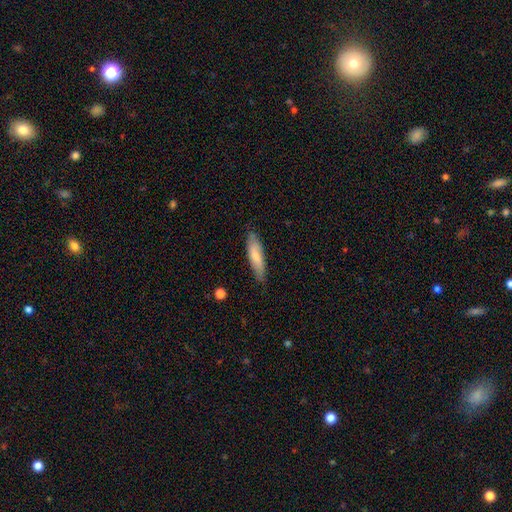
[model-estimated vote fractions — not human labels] smooth 74%, featured or disk 20%, star or artifact 6%. Down the decision tree: how rounded — cigar-shaped (65%); merging — none (80%).